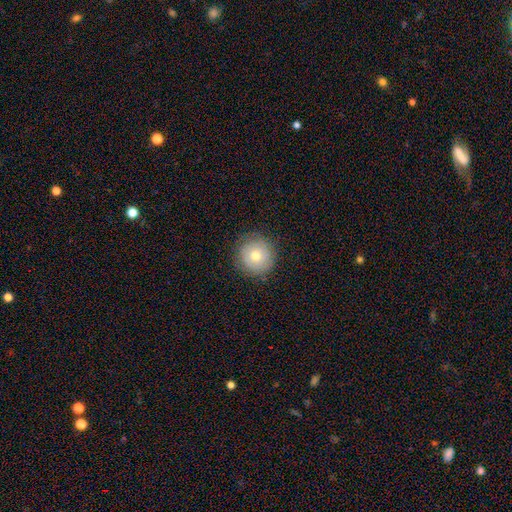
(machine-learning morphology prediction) smooth 63%, featured or disk 27%, star or artifact 10%. Down the decision tree: how rounded — round (94%); merging — none (83%).